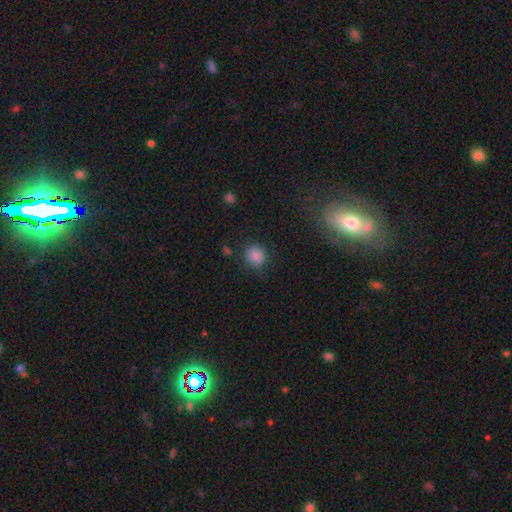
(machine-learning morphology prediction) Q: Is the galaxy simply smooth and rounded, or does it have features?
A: smooth — 86%.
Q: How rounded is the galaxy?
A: round — 87%.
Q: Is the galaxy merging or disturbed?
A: none — 80%.